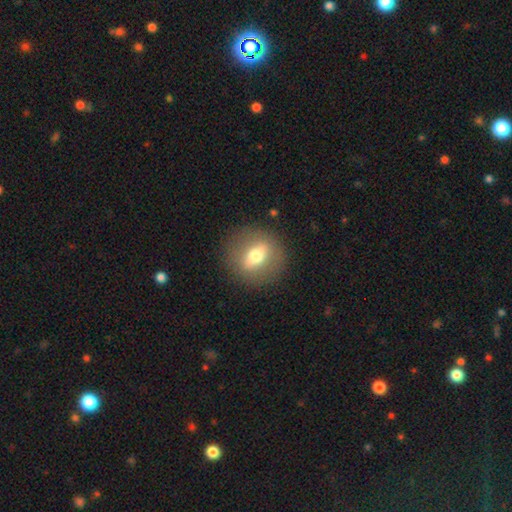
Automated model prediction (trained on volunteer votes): Smooth or featured? Predicted: smooth (p=0.49). Merging? Predicted: none (p=0.86).